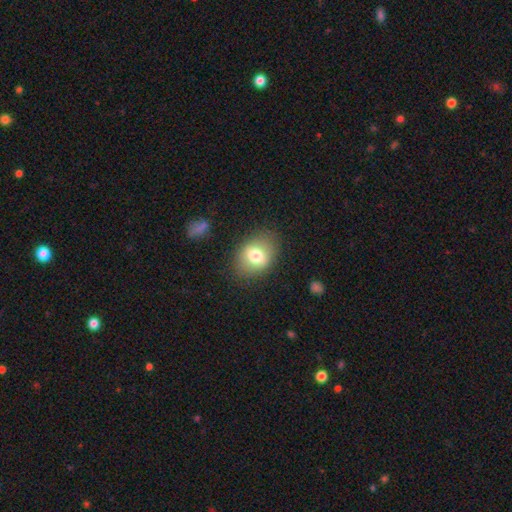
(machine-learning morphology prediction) Q: Smooth or featured?
A: smooth (74%); runner-up: featured or disk (17%)
Q: How rounded?
A: in between (66%); runner-up: round (32%)
Q: Merging?
A: none (81%); runner-up: minor disturbance (13%)